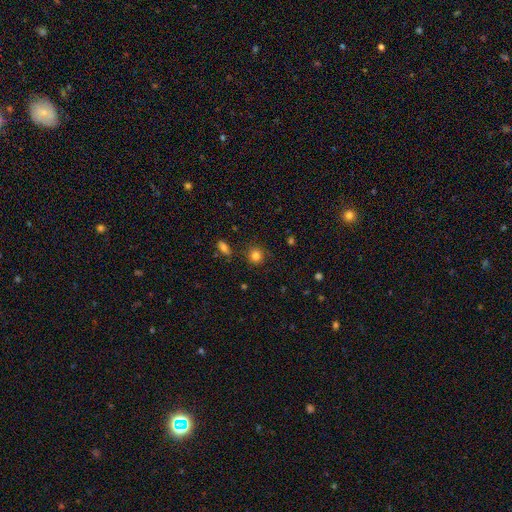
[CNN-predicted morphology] smooth_or_featured: smooth (p=0.83) [alt: star or artifact p=0.12]
how_rounded: round (p=0.88) [alt: in between p=0.11]
merging: none (p=0.86) [alt: minor disturbance p=0.09]